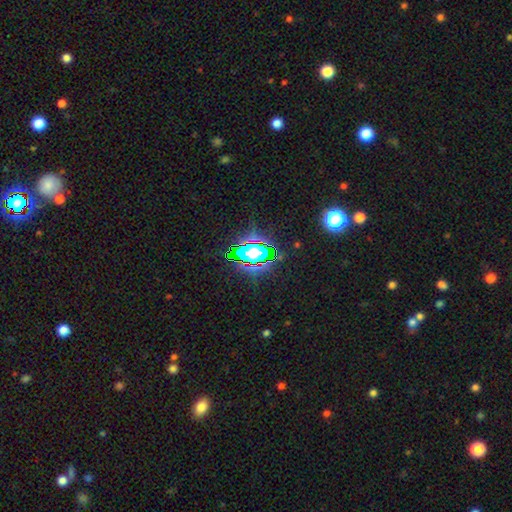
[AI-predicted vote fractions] smooth_or_featured: star or artifact (p=0.82) [alt: smooth p=0.11]